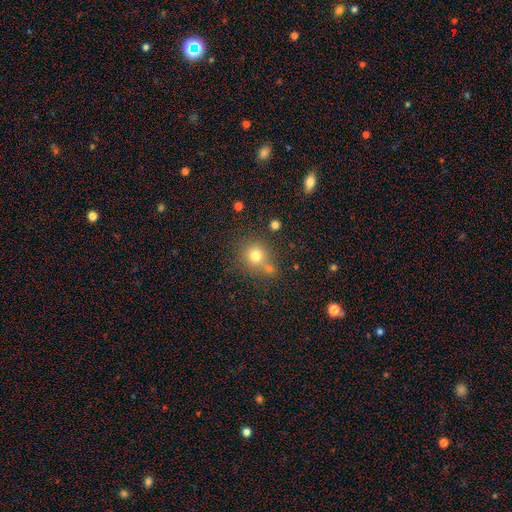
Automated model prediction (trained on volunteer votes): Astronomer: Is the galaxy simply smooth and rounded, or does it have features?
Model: smooth — 74%.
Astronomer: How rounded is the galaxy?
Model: round — 89%.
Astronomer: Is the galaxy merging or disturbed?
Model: none — 66%.